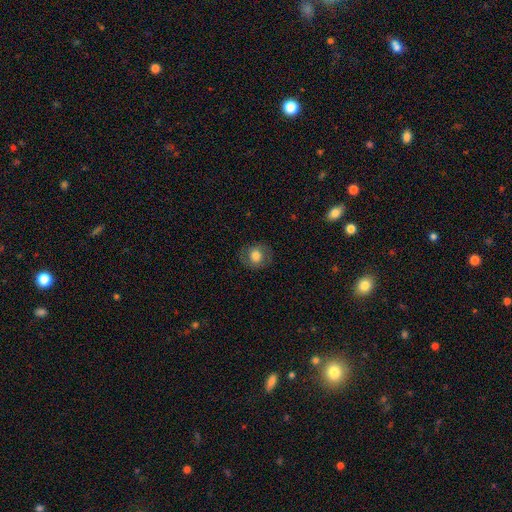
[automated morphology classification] type=smooth (66%); roundness=round (78%); merging=none (81%).